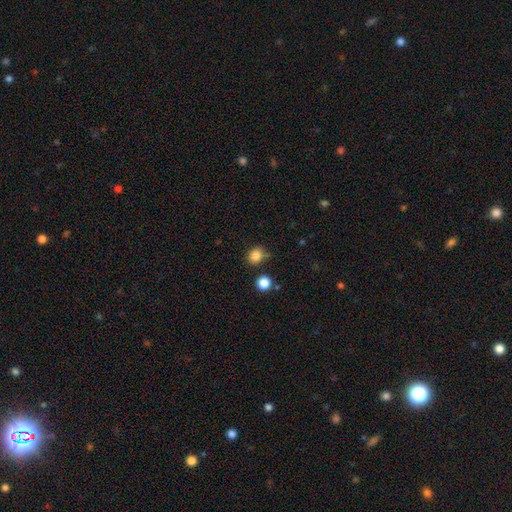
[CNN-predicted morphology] Smooth or featured: smooth — 83% (star or artifact — 12%)
How rounded: round — 80% (in between — 19%)
Merging: none — 75% (minor disturbance — 14%)